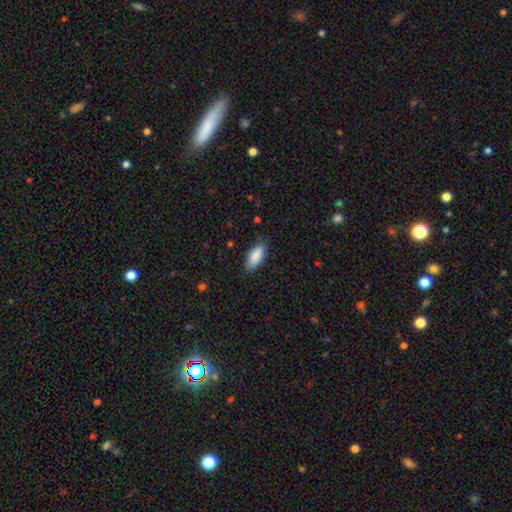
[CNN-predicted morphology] Smooth or featured?
  - smooth: 89% *
  - star or artifact: 6%
  - featured or disk: 5%
How rounded?
  - in between: 83% *
  - cigar-shaped: 15%
  - round: 2%
Merging?
  - none: 83% *
  - minor disturbance: 13%
  - major disturbance: 3%
  - merger: 1%